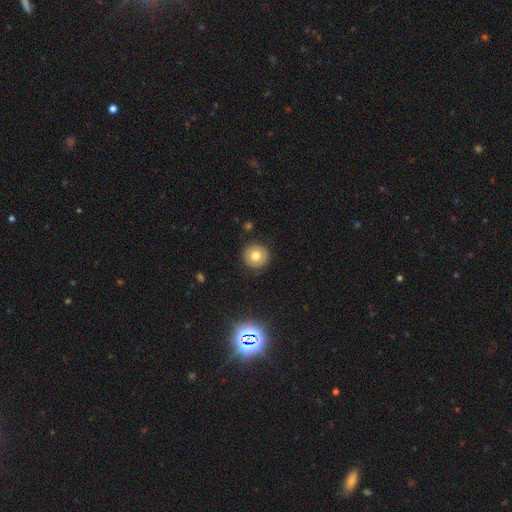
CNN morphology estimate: smooth-or-featured: smooth: 74% | featured or disk: 15% | star or artifact: 11%
  how-rounded: round: 94% | in between: 5% | cigar-shaped: 1%
  merging: none: 90% | minor disturbance: 7% | major disturbance: 2% | merger: 1%